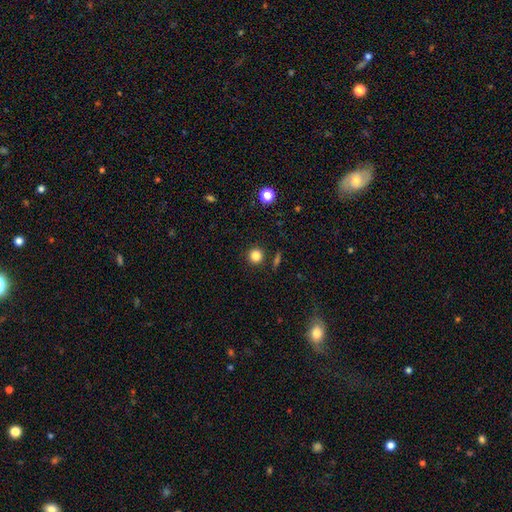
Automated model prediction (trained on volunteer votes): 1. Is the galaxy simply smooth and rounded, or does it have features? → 83% smooth, 12% star or artifact, 5% featured or disk.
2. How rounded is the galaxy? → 94% round, 5% in between, 1% cigar-shaped.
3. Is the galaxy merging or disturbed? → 90% none, 6% minor disturbance, 3% merger, 2% major disturbance.